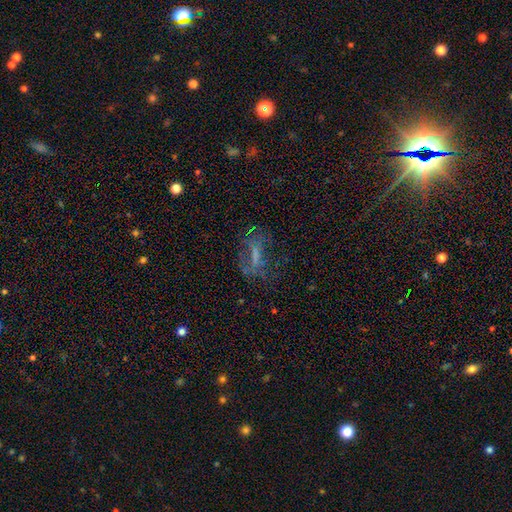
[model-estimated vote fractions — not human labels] Q: Smooth or featured?
A: featured or disk (45%); runner-up: smooth (33%)
Q: Merging?
A: none (51%); runner-up: major disturbance (27%)